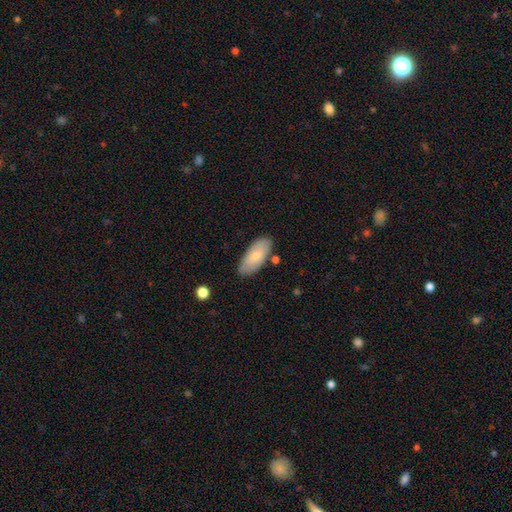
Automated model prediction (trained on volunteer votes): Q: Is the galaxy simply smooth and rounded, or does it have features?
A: smooth — 76%.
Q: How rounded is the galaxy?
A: in between — 88%.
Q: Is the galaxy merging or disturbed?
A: none — 80%.